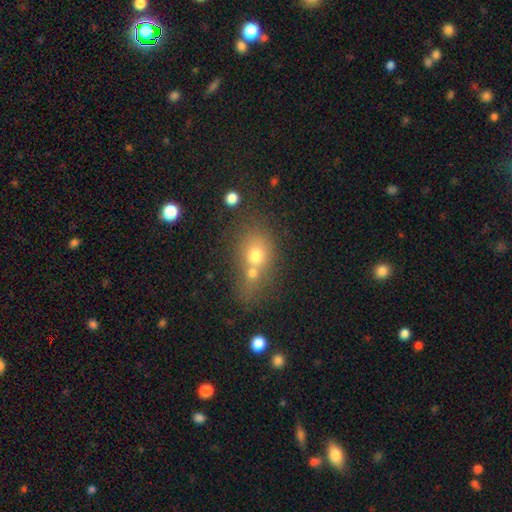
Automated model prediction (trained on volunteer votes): This appears to be a smooth galaxy with no disk features (67%) that is round (55%). Merging: merger (57%).